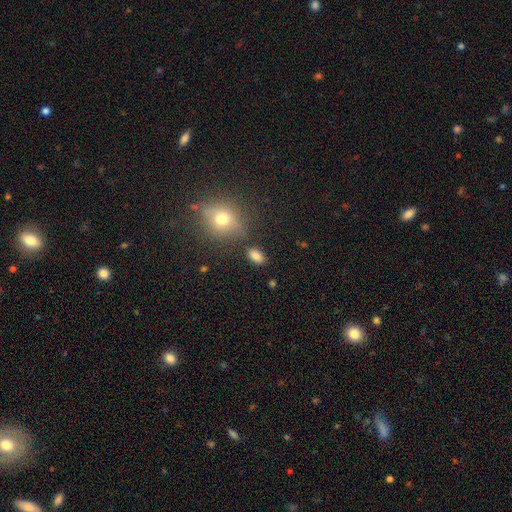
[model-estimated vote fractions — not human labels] smooth 82%, star or artifact 11%, featured or disk 7%. Down the decision tree: how rounded — in between (87%); merging — none (81%).